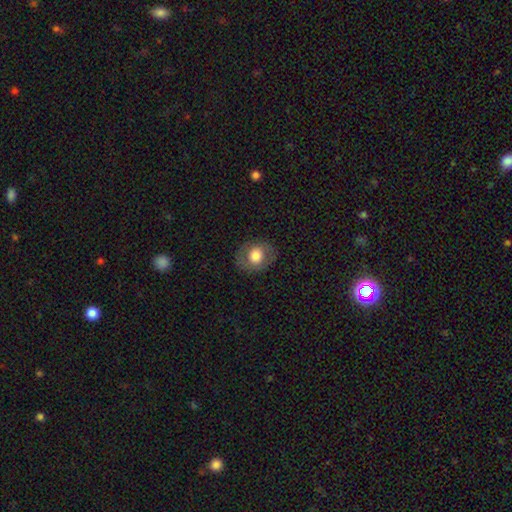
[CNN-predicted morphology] smooth-or-featured: smooth: 65% | featured or disk: 27% | star or artifact: 8%
  how-rounded: round: 62% | in between: 37% | cigar-shaped: 1%
  merging: none: 82% | minor disturbance: 12% | major disturbance: 5% | merger: 1%